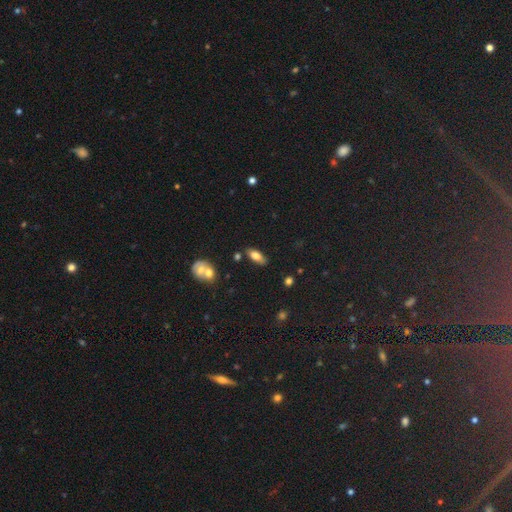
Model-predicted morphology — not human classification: Smooth or featured? Predicted: smooth (p=0.73). How rounded? Predicted: in between (p=0.81). Merging? Predicted: none (p=0.78).